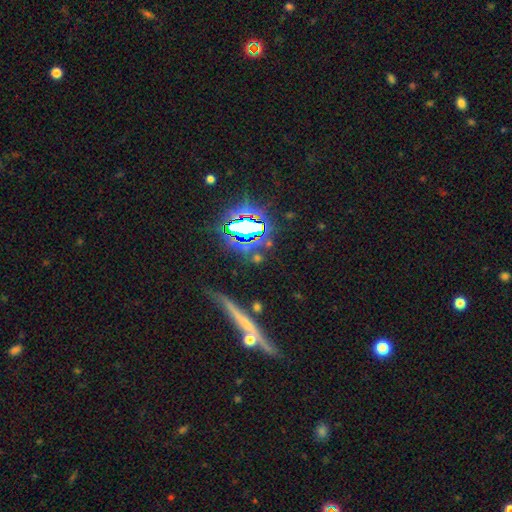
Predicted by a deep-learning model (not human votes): star or artifact 57%, smooth 24%, featured or disk 19%.